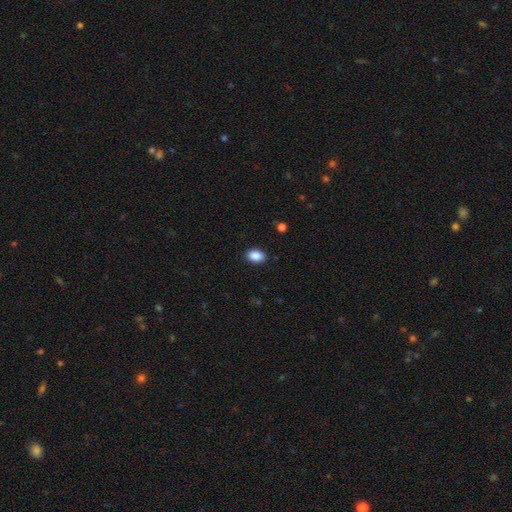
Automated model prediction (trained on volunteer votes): Q: Smooth or featured?
A: smooth (88%); runner-up: star or artifact (8%)
Q: How rounded?
A: in between (86%); runner-up: round (13%)
Q: Merging?
A: none (88%); runner-up: minor disturbance (9%)